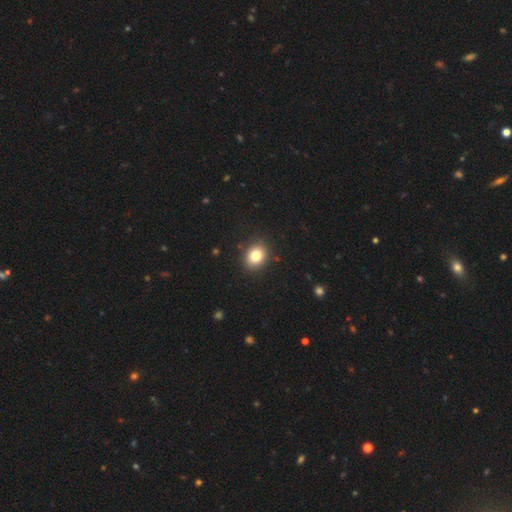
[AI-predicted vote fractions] Morphology: type=smooth (81%); roundness=round (52%); merging=none (88%).